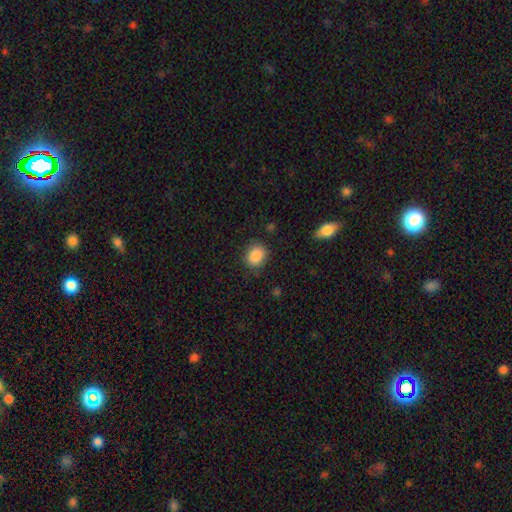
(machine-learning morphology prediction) type=smooth (87%); roundness=round (66%); merging=none (84%).